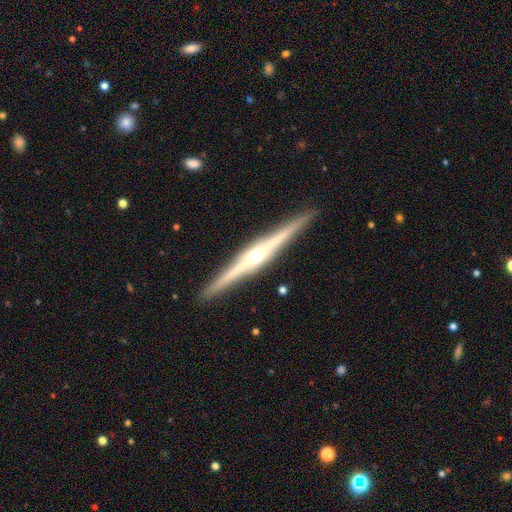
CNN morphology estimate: type=featured or disk (86%); edge-on=yes (98%); edge-on bulge=rounded (83%); merging=none (92%).